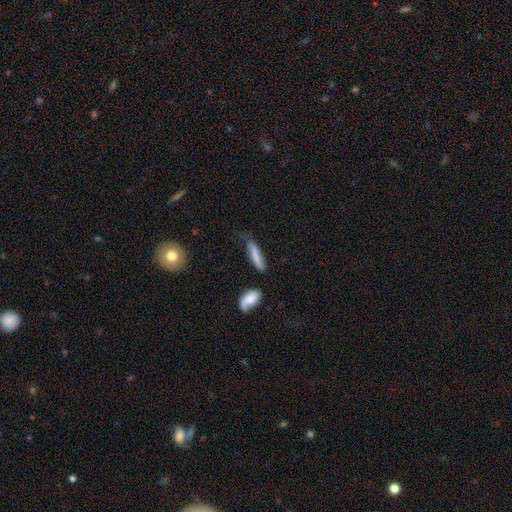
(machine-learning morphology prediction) This appears to be a smooth galaxy with no disk features (71%) that is cigar-shaped (71%). Merging: none (45%).